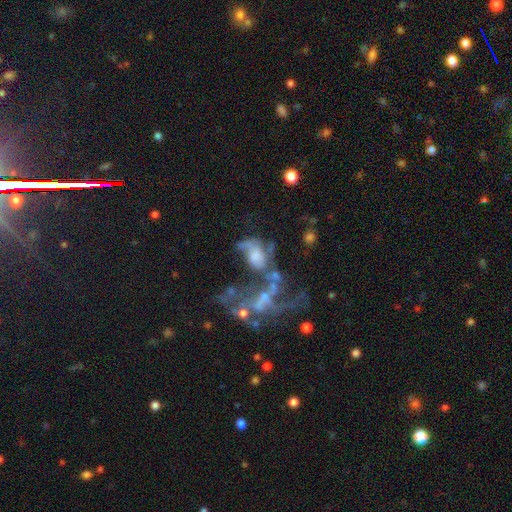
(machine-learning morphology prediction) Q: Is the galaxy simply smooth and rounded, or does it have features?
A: featured or disk — 56%.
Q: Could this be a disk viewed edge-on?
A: no — 96%.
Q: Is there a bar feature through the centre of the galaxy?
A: no — 81%.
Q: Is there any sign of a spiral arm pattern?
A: no — 66%.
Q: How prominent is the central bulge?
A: none — 47%.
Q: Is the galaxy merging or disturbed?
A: merger — 44%.